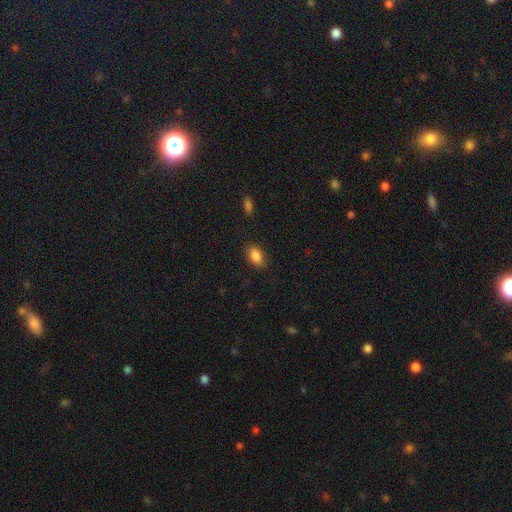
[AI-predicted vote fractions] Smooth or featured: smooth — 87% (star or artifact — 8%)
How rounded: in between — 89% (round — 8%)
Merging: none — 85% (minor disturbance — 11%)